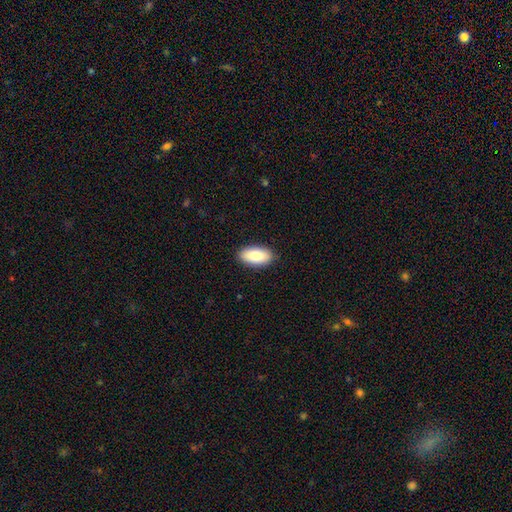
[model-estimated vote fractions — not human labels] Smooth or featured?
  - smooth: 87% *
  - featured or disk: 7%
  - star or artifact: 6%
How rounded?
  - in between: 93% *
  - cigar-shaped: 5%
  - round: 2%
Merging?
  - none: 89% *
  - minor disturbance: 8%
  - major disturbance: 2%
  - merger: 1%